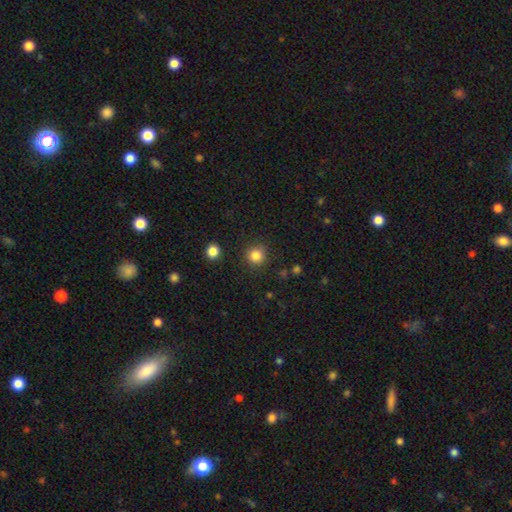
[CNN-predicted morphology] Smooth or featured?
  - smooth: 84% *
  - star or artifact: 12%
  - featured or disk: 4%
How rounded?
  - round: 93% *
  - in between: 6%
  - cigar-shaped: 1%
Merging?
  - none: 89% *
  - minor disturbance: 7%
  - major disturbance: 3%
  - merger: 2%